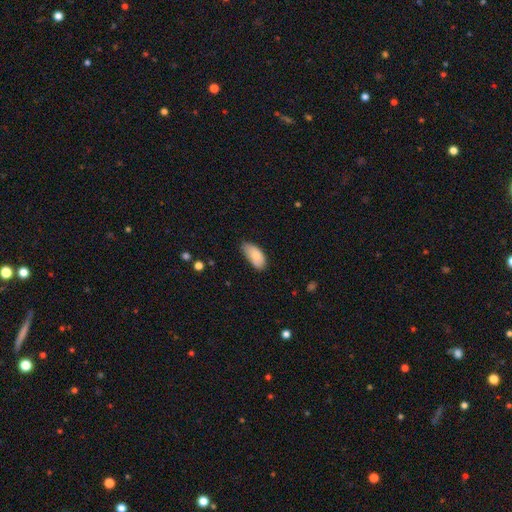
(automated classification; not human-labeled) Smooth or featured?
  - smooth: 82% *
  - featured or disk: 11%
  - star or artifact: 7%
How rounded?
  - in between: 93% *
  - cigar-shaped: 5%
  - round: 2%
Merging?
  - none: 62% *
  - minor disturbance: 32%
  - major disturbance: 5%
  - merger: 2%